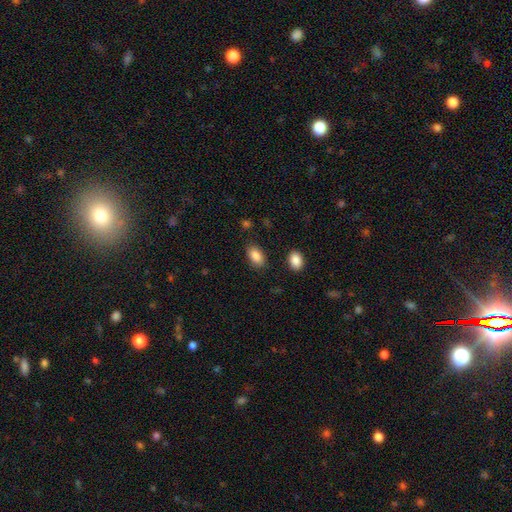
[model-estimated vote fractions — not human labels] This is clearly a smooth galaxy (87%). How rounded: clearly in between (91%). Merging: clearly none (84%).